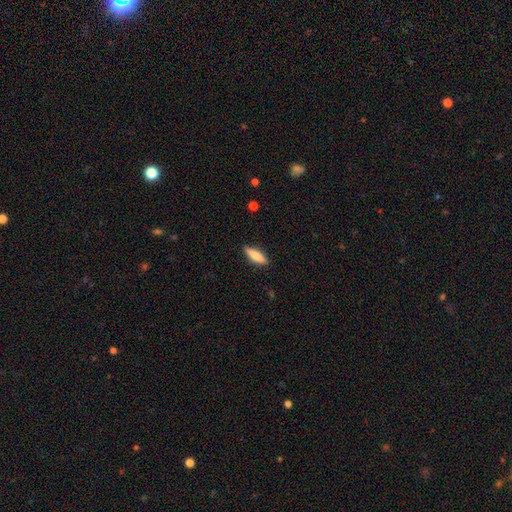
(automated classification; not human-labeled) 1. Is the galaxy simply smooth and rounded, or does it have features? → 72% smooth, 22% featured or disk, 6% star or artifact.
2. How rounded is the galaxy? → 56% cigar-shaped, 42% in between, 2% round.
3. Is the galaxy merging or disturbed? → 89% none, 8% minor disturbance, 2% major disturbance, 1% merger.